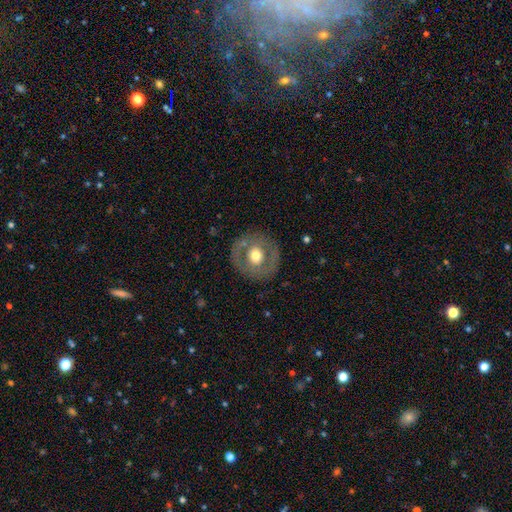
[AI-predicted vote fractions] Smooth or featured? Predicted: smooth (p=0.48). Merging? Predicted: none (p=0.84).